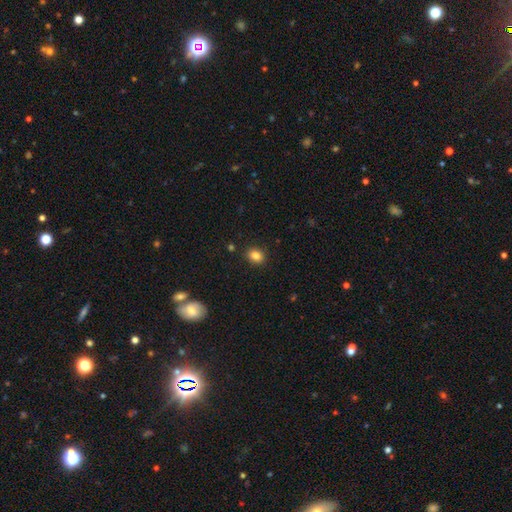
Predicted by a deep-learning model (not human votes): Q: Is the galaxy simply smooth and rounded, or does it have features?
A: smooth — 84%.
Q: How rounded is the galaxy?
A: round — 50%.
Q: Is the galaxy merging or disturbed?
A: none — 88%.